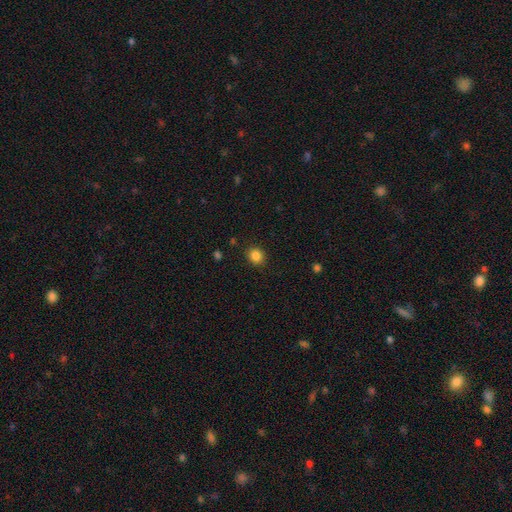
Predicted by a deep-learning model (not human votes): A smooth galaxy with no disk features (85%) that is round (74%). Merging: none (90%).